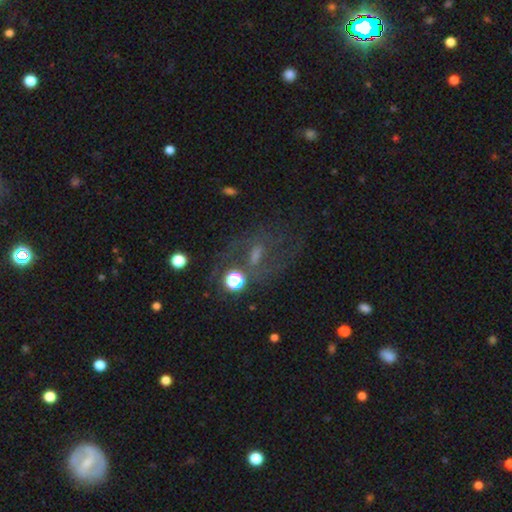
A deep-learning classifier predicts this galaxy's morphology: Smooth or featured? featured or disk (58%)
Edge-on disk? no (95%)
Bar? weak (47%)
Spiral arms? yes (74%)
Bulge size? small (38%)
Merging? none (61%)